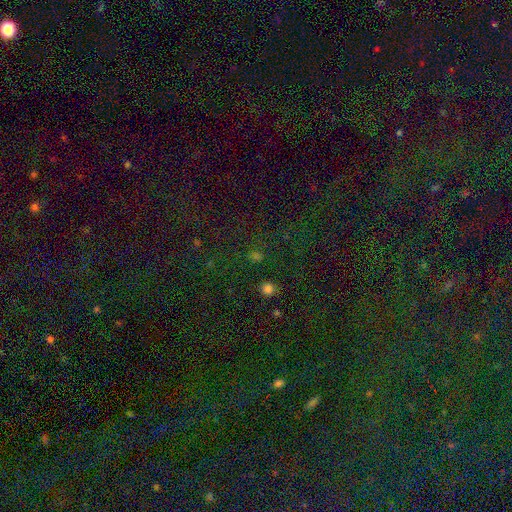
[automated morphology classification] Overall: star or artifact (50%; smooth 44%).